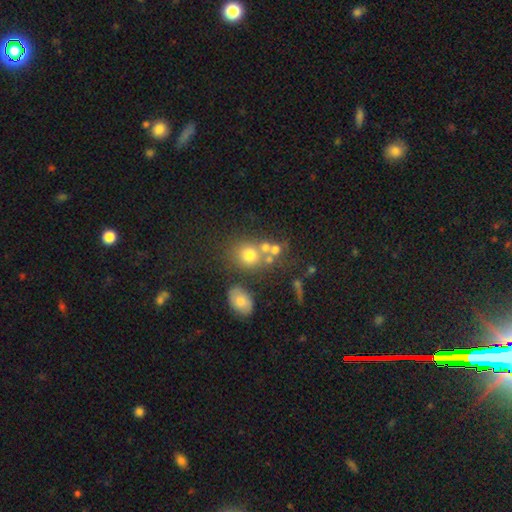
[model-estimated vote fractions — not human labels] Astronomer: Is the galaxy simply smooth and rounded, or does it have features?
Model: smooth — 53% (runner-up: star or artifact, 32%).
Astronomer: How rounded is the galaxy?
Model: round — 72%.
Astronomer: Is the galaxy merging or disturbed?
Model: none — 54% (runner-up: merger, 31%).